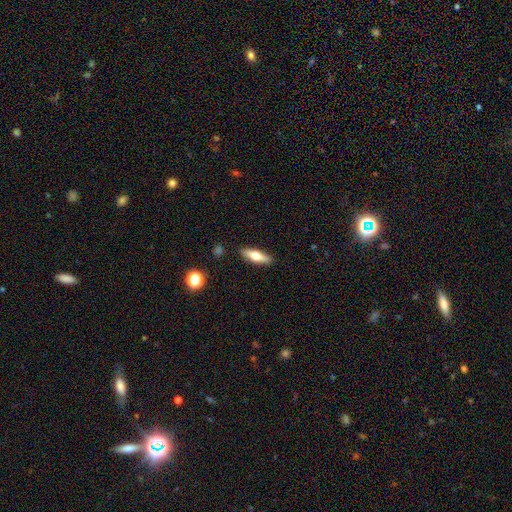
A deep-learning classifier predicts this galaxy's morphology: smooth 58%, featured or disk 35%, star or artifact 7%. Down the decision tree: how rounded — cigar-shaped (55%); merging — none (88%).